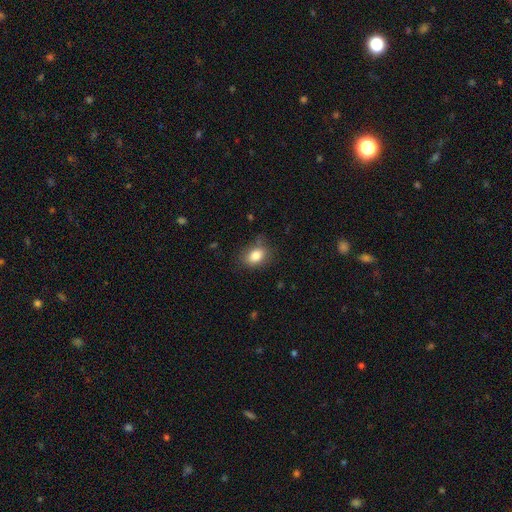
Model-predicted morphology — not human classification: Overall: smooth (83%). How rounded: in between (70%). Merging: none (71%).